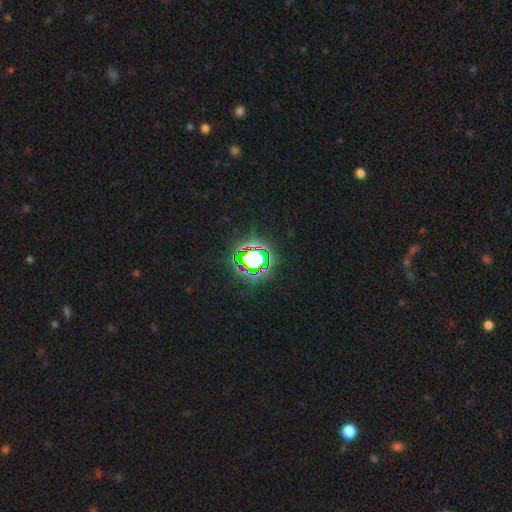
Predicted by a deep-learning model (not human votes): A star or artifact, not a galaxy (76%).